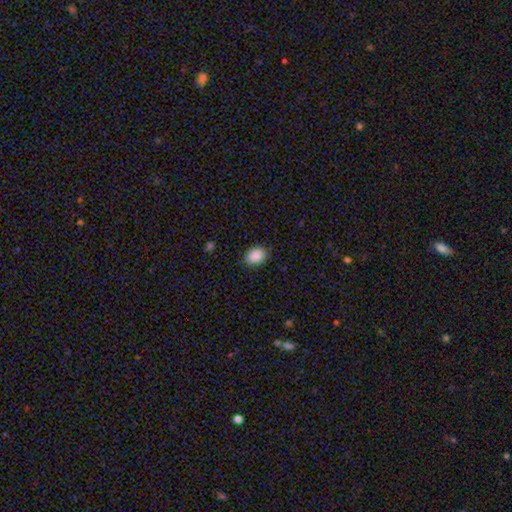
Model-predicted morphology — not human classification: Q: Smooth or featured?
A: smooth (89%); runner-up: star or artifact (8%)
Q: How rounded?
A: in between (62%); runner-up: round (37%)
Q: Merging?
A: none (86%); runner-up: minor disturbance (11%)